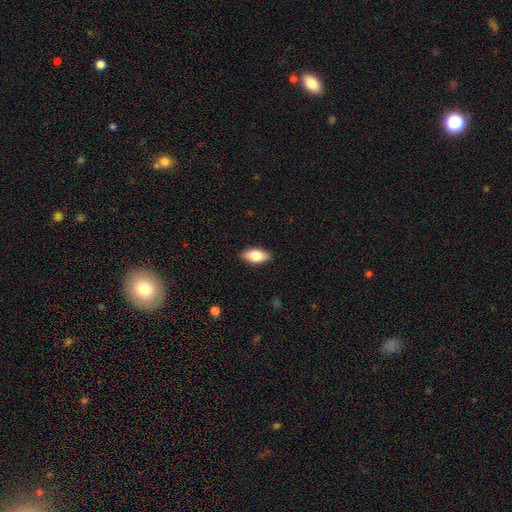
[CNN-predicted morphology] smooth-or-featured: smooth: 78% | featured or disk: 15% | star or artifact: 6%
  how-rounded: in between: 90% | cigar-shaped: 7% | round: 3%
  merging: none: 89% | minor disturbance: 9% | major disturbance: 2% | merger: 1%